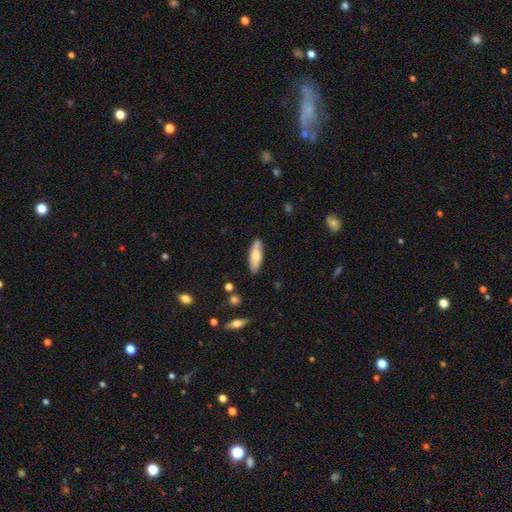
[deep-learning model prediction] A smooth galaxy with no disk features (70%) that is in between round and cigar-shaped (54%). Merging: none (86%).